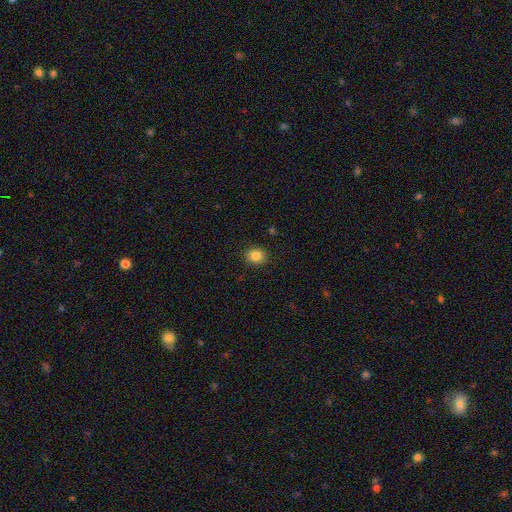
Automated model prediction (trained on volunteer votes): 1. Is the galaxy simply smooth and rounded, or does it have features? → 85% smooth, 10% star or artifact, 6% featured or disk.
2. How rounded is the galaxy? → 67% round, 33% in between, 1% cigar-shaped.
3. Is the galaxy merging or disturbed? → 89% none, 7% minor disturbance, 2% major disturbance, 1% merger.